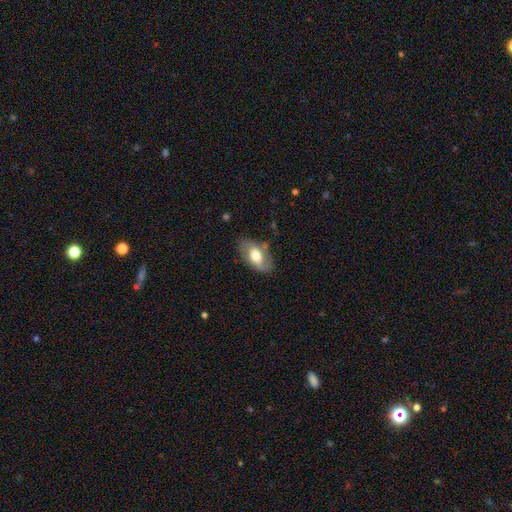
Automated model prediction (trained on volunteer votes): Smooth or featured? smooth (49%)
Merging? none (68%)